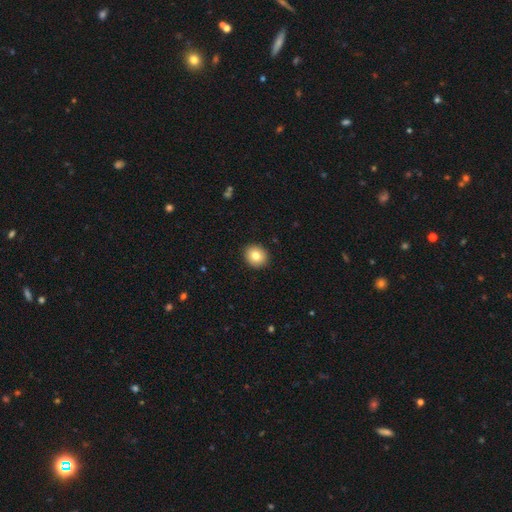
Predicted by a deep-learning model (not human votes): smooth 81%, featured or disk 9%, star or artifact 9%. Down the decision tree: how rounded — round (83%); merging — none (92%).